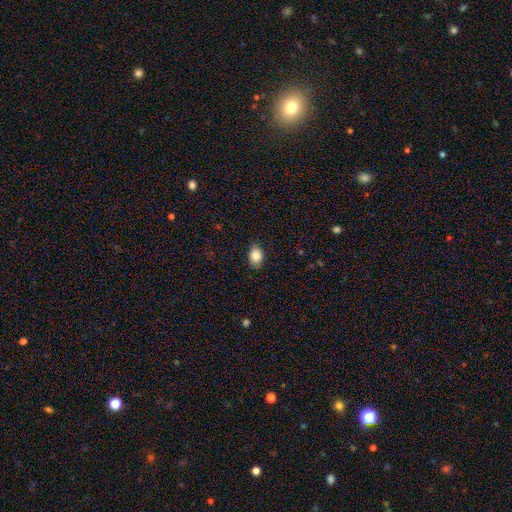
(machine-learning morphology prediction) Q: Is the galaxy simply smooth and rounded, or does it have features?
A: smooth — 86%.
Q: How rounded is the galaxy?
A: in between — 74%.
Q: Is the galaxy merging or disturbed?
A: none — 83%.